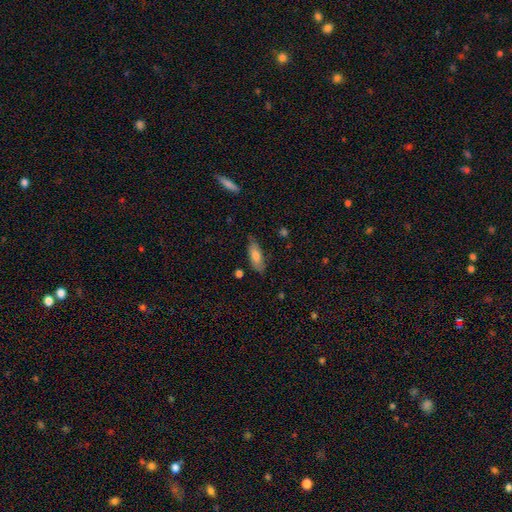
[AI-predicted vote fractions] smooth-or-featured: smooth: 73% | featured or disk: 20% | star or artifact: 6%
  how-rounded: in between: 76% | cigar-shaped: 22% | round: 2%
  merging: none: 75% | minor disturbance: 19% | major disturbance: 4% | merger: 2%